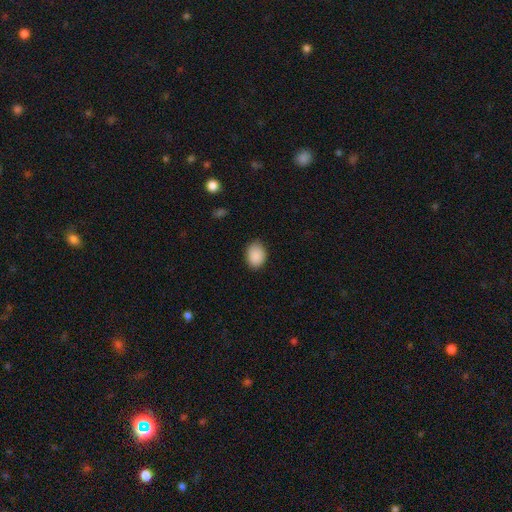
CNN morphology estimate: Smooth or featured?
  - smooth: 90% *
  - star or artifact: 7%
  - featured or disk: 3%
How rounded?
  - in between: 69% *
  - round: 30%
  - cigar-shaped: 1%
Merging?
  - none: 81% *
  - minor disturbance: 15%
  - major disturbance: 3%
  - merger: 1%